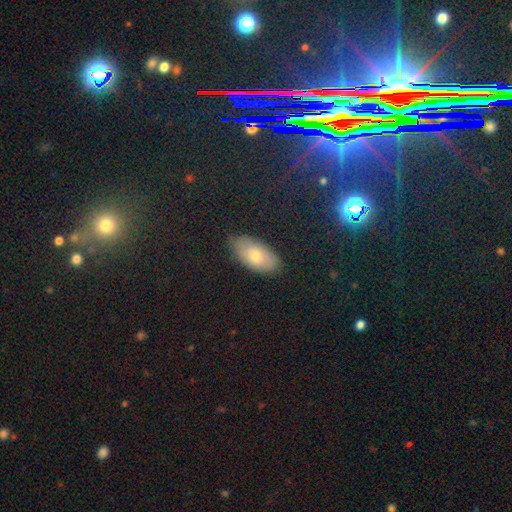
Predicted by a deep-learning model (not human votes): Q: Smooth or featured?
A: smooth (66%); runner-up: featured or disk (20%)
Q: How rounded?
A: in between (93%); runner-up: round (4%)
Q: Merging?
A: none (84%); runner-up: minor disturbance (12%)